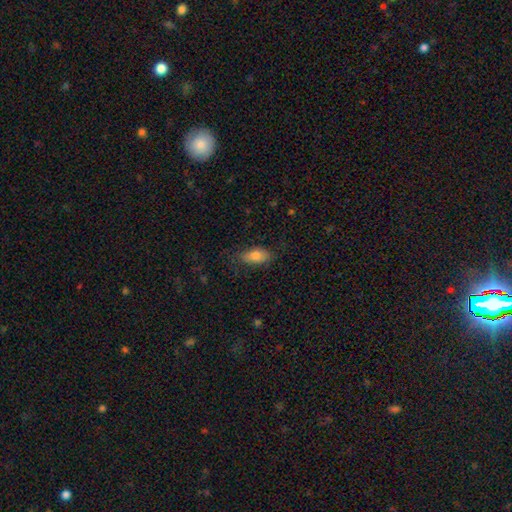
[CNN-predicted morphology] A smooth galaxy with no disk features (80%) that is in between round and cigar-shaped (88%). Merging: none (75%).